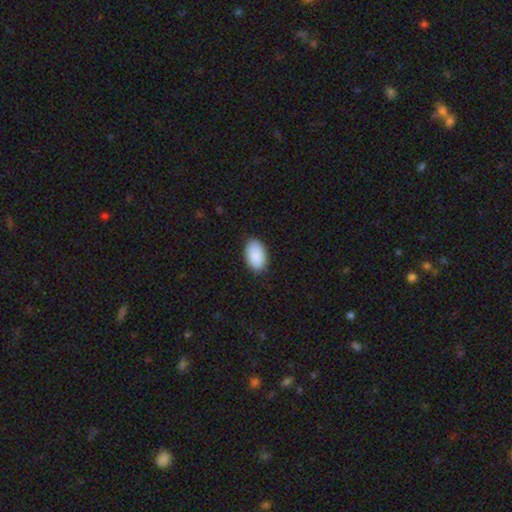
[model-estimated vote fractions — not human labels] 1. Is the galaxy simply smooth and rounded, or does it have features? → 91% smooth, 6% star or artifact, 3% featured or disk.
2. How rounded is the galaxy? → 95% in between, 4% round, 1% cigar-shaped.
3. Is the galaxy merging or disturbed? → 87% none, 10% minor disturbance, 2% major disturbance, 1% merger.